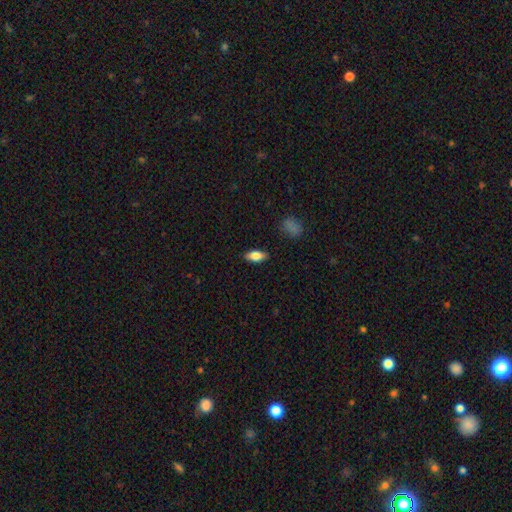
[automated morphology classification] type=smooth (80%); roundness=in between (86%); merging=none (87%).